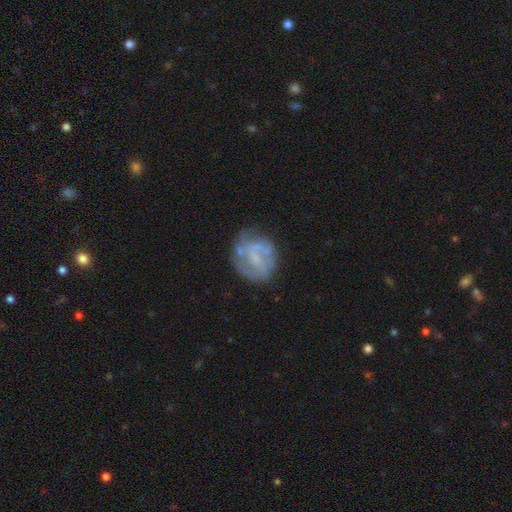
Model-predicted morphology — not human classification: A featured or disk galaxy (63%) with no bar (50%), spiral arms (54%) and no central bulge (42%). Merging: none (59%).